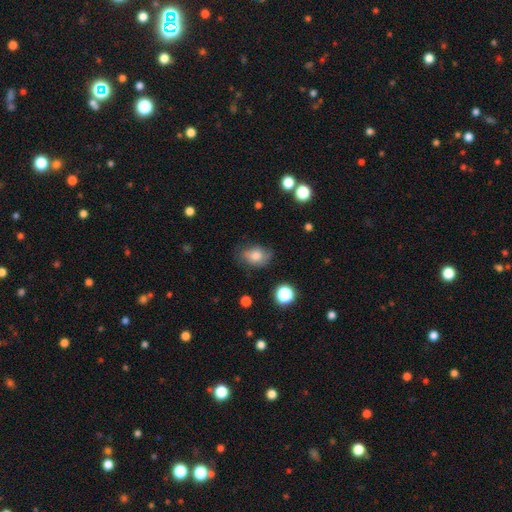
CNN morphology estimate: smooth_or_featured: smooth (p=0.74) [alt: featured or disk p=0.15]
how_rounded: in between (p=0.70) [alt: round p=0.29]
merging: none (p=0.60) [alt: minor disturbance p=0.28]